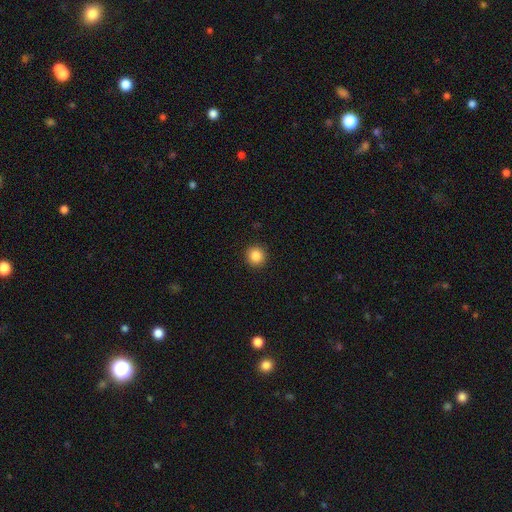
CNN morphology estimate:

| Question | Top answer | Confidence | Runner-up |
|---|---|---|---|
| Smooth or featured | smooth | 86% | star or artifact (10%) |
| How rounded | round | 95% | in between (4%) |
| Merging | none | 93% | minor disturbance (5%) |